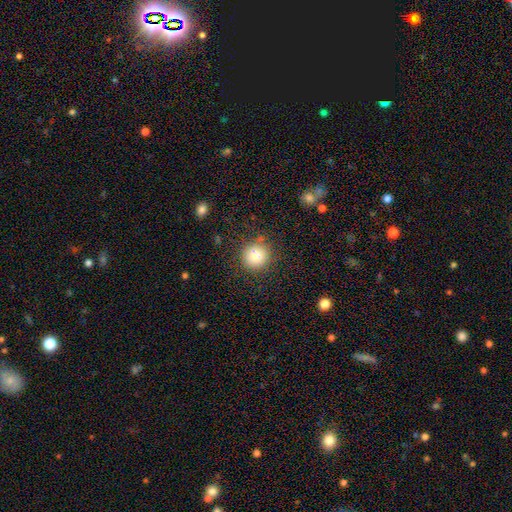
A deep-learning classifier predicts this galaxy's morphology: Smooth or featured? smooth (81%)
How rounded? round (93%)
Merging? none (84%)